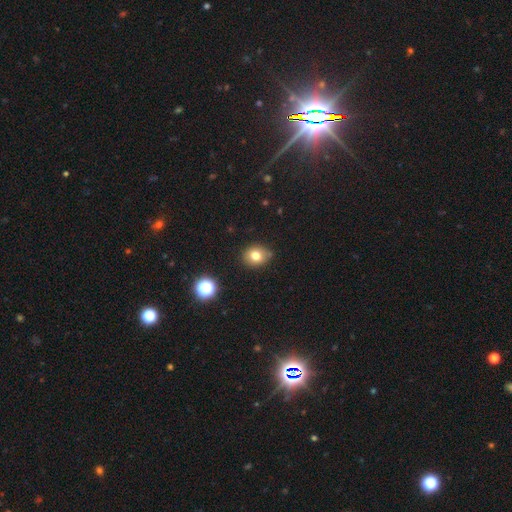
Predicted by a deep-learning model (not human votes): The model was most divided on "how rounded": round: 64%, in between: 35%, cigar-shaped: 1%. More confident: merging — none (79%); smooth or featured — smooth (77%).